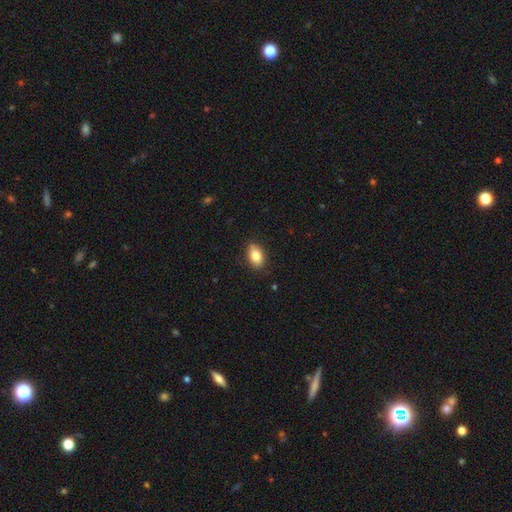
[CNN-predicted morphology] A smooth galaxy with no disk features (81%) that is in between round and cigar-shaped (86%). Merging: none (83%).